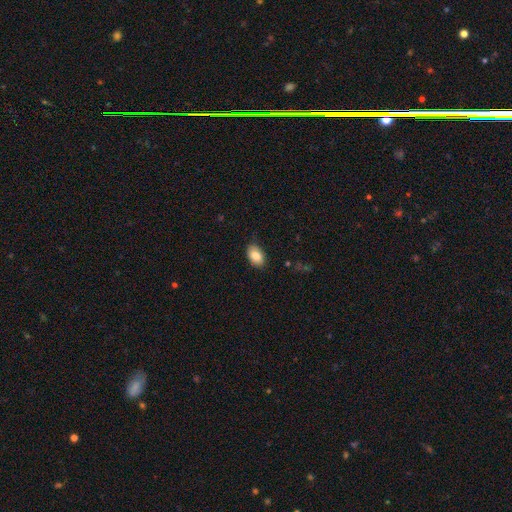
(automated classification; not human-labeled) This is clearly a smooth galaxy (84%). How rounded: clearly in between (90%). Merging: clearly none (82%).